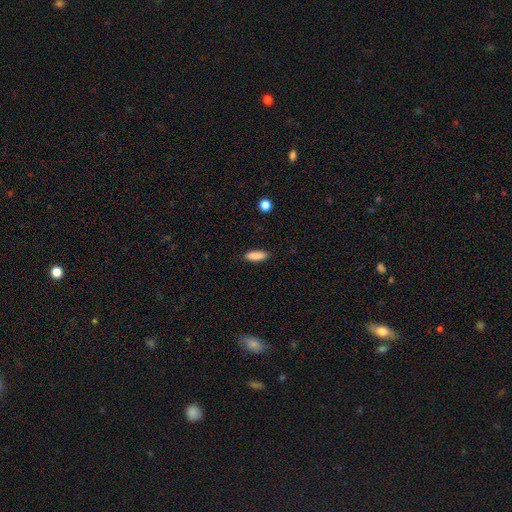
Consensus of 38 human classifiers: Smooth or featured?
  - smooth: 89% *
  - featured or disk: 8%
  - star or artifact: 3%
How rounded?
  - cigar-shaped: 53% *
  - in between: 47%
  - round: 0%
Merging?
  - none: 95% *
  - minor disturbance: 3%
  - major disturbance: 3%
  - merger: 0%